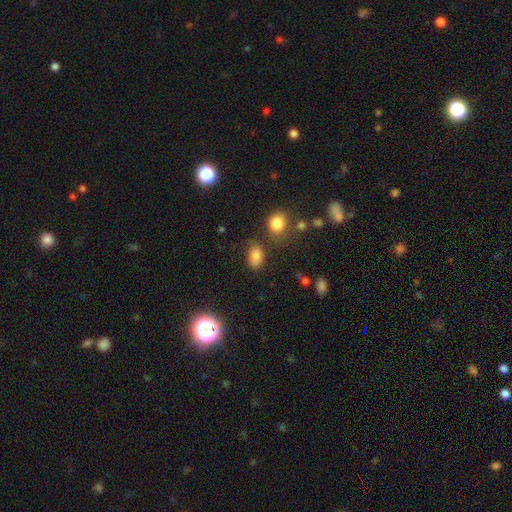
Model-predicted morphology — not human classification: smooth-or-featured: smooth: 79% | star or artifact: 13% | featured or disk: 8%
  how-rounded: in between: 86% | round: 12% | cigar-shaped: 2%
  merging: none: 68% | minor disturbance: 19% | merger: 7% | major disturbance: 7%